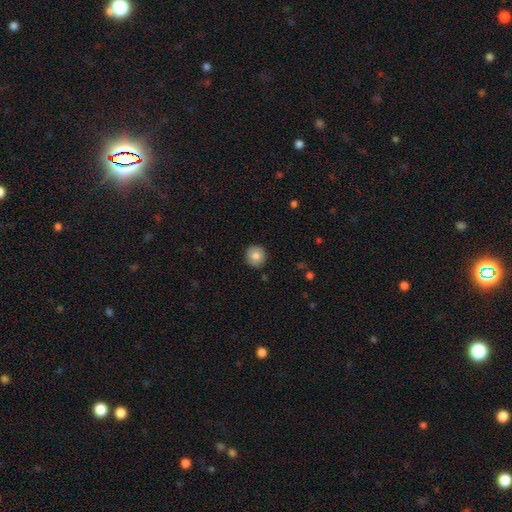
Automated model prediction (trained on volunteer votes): smooth_or_featured: smooth (p=0.81) [alt: featured or disk p=0.11]
how_rounded: round (p=0.94) [alt: in between p=0.05]
merging: none (p=0.90) [alt: minor disturbance p=0.07]